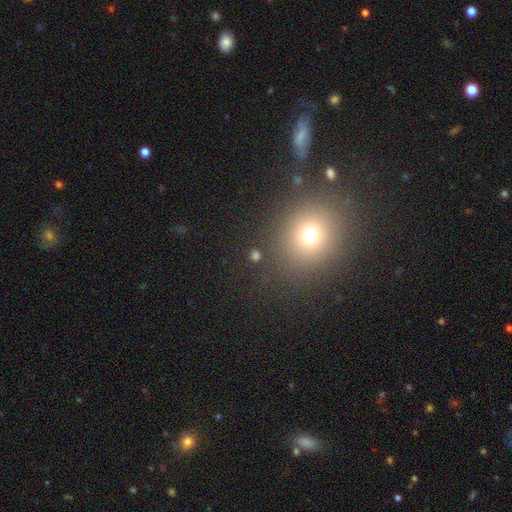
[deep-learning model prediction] Smooth or featured? smooth (63%)
How rounded? round (82%)
Merging? none (83%)